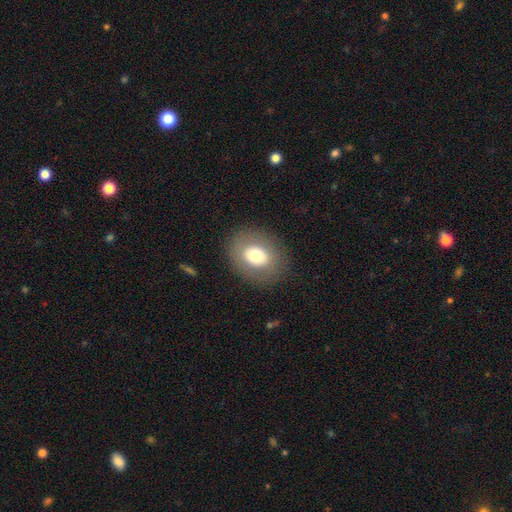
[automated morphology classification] smooth-or-featured: smooth: 69% | featured or disk: 22% | star or artifact: 9%
  how-rounded: in between: 50% | round: 49% | cigar-shaped: 1%
  merging: none: 85% | minor disturbance: 9% | major disturbance: 5% | merger: 1%